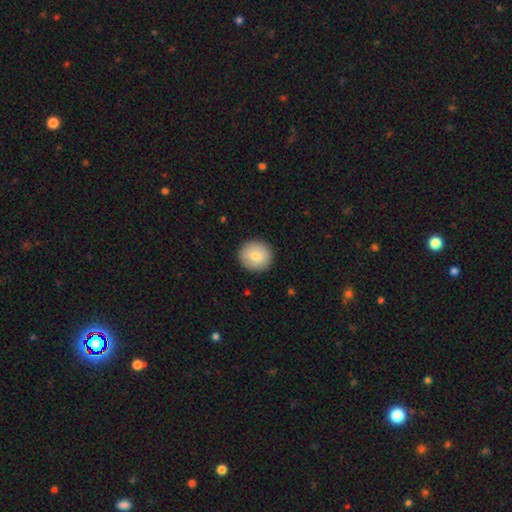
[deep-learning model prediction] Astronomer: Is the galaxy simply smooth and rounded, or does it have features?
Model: smooth — 80%.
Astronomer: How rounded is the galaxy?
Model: round — 90%.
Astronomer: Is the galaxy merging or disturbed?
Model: none — 90%.